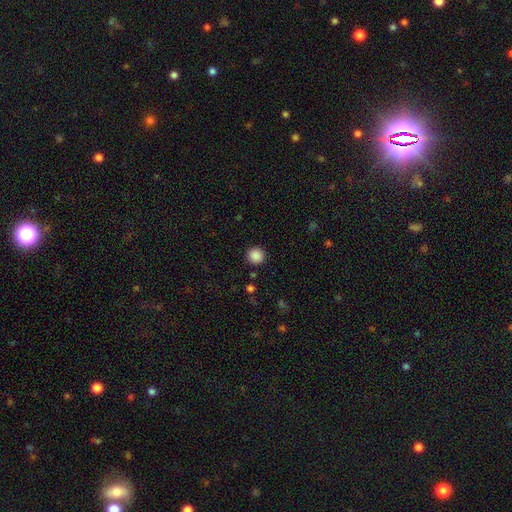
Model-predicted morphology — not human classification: Smooth or featured?
  - smooth: 88% *
  - star or artifact: 10%
  - featured or disk: 3%
How rounded?
  - round: 94% *
  - in between: 5%
  - cigar-shaped: 1%
Merging?
  - none: 91% *
  - minor disturbance: 6%
  - major disturbance: 2%
  - merger: 1%